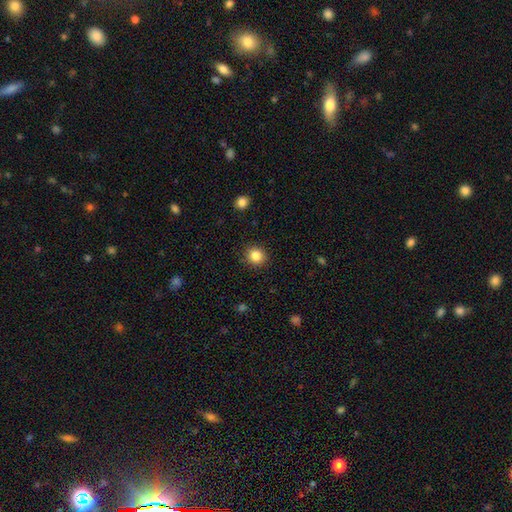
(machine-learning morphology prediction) Smooth or featured?
  - smooth: 84% *
  - star or artifact: 11%
  - featured or disk: 5%
How rounded?
  - round: 86% *
  - in between: 13%
  - cigar-shaped: 1%
Merging?
  - none: 90% *
  - minor disturbance: 7%
  - major disturbance: 2%
  - merger: 1%